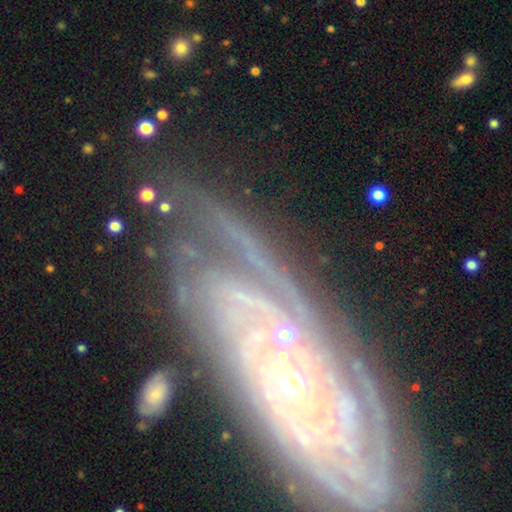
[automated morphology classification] Overall: featured or disk (85%). Edge-on disk: no (89%). Bar: no (71%). Spiral arms: yes (96%). Spiral arm count: can't tell (29%; more than 4 17%). Spiral winding: tight (82%). Bulge size: small (60%; moderate 34%). Merging: none (76%).